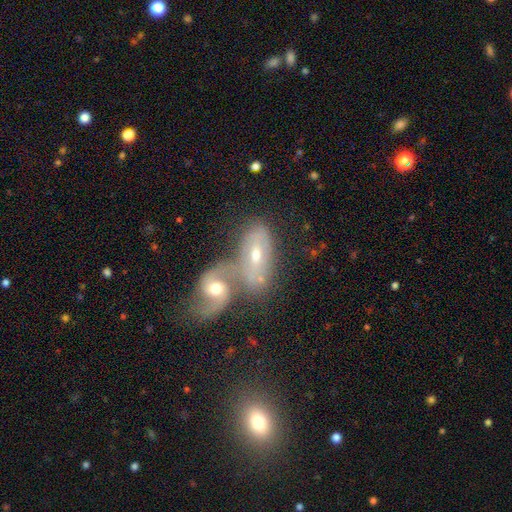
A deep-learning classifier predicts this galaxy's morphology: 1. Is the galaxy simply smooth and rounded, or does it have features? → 66% featured or disk, 27% smooth, 7% star or artifact.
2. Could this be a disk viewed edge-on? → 91% no, 9% yes.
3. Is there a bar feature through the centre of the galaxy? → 44% no, 42% weak, 14% strong.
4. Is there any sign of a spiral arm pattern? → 82% yes, 18% no.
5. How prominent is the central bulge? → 66% moderate, 27% small, 4% large, 1% none, 1% dominant.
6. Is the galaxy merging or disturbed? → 66% merger, 20% none, 9% minor disturbance, 5% major disturbance.